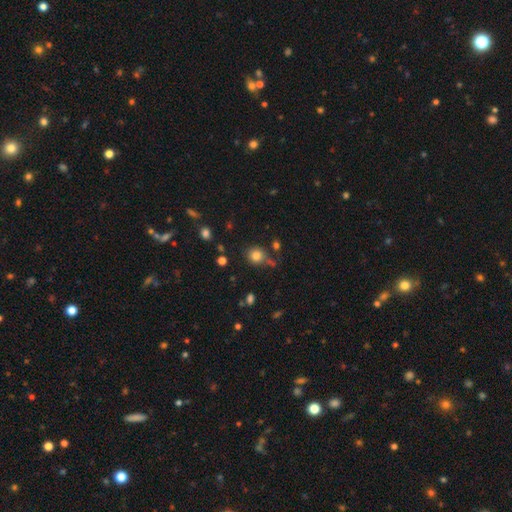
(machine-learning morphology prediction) This is likely a smooth galaxy (80%). How rounded: clearly round (86%). Merging: likely none (69%).